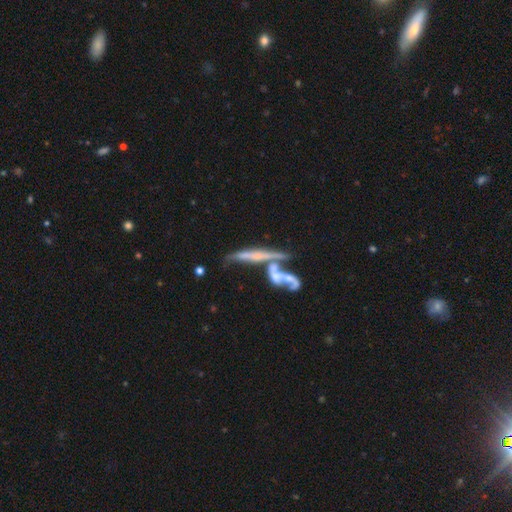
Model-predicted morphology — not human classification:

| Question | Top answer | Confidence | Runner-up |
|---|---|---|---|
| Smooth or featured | featured or disk | 66% | smooth (24%) |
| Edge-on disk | yes | 66% | no (34%) |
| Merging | merger | 53% | none (25%) |